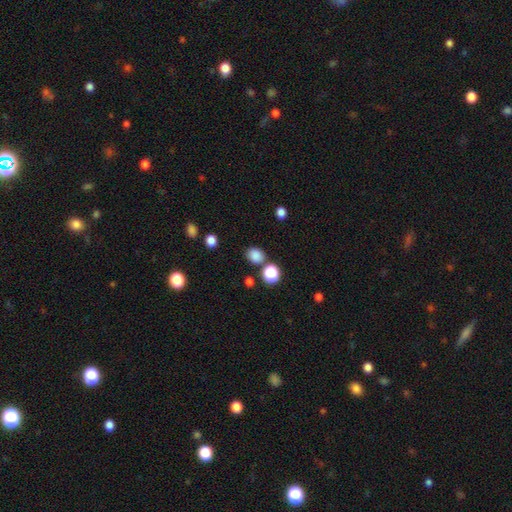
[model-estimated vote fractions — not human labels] Smooth or featured?
  - smooth: 83% *
  - star or artifact: 13%
  - featured or disk: 4%
How rounded?
  - round: 65% *
  - in between: 34%
  - cigar-shaped: 1%
Merging?
  - none: 77% *
  - minor disturbance: 11%
  - merger: 9%
  - major disturbance: 3%